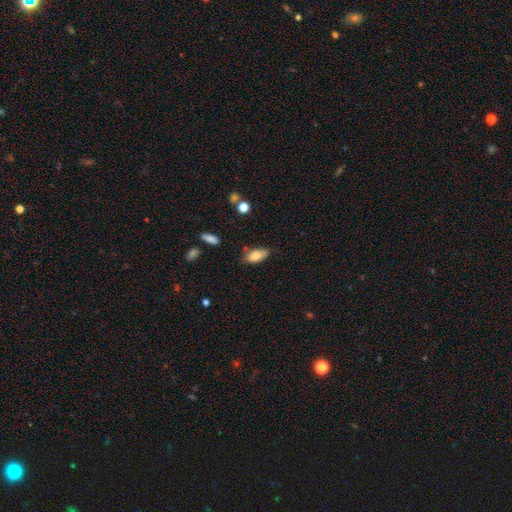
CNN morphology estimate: smooth 82%, featured or disk 10%, star or artifact 7%. Down the decision tree: how rounded — in between (89%); merging — none (67%).